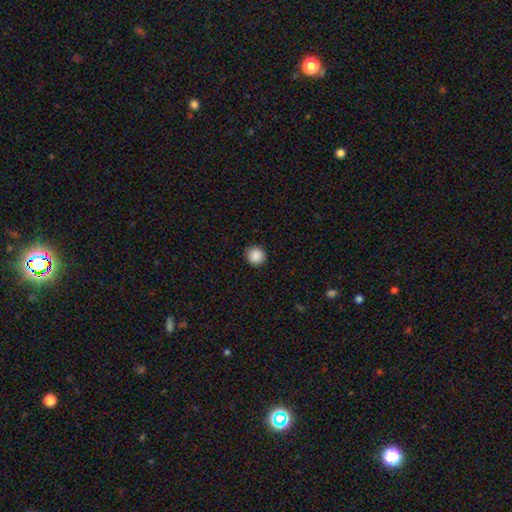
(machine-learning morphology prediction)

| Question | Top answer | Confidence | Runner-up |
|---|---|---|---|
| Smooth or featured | smooth | 89% | star or artifact (9%) |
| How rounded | round | 93% | in between (6%) |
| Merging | none | 92% | minor disturbance (5%) |